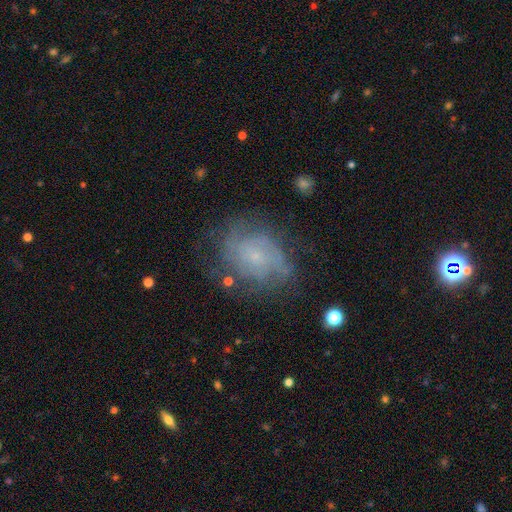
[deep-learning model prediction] Q: Smooth or featured?
A: featured or disk (65%); runner-up: smooth (25%)
Q: Edge-on disk?
A: no (97%); runner-up: yes (3%)
Q: Bar?
A: no (73%); runner-up: weak (24%)
Q: Spiral arms?
A: yes (81%); runner-up: no (19%)
Q: Spiral winding?
A: tight (51%); runner-up: medium (35%)
Q: Spiral arm count?
A: can't tell (51%); runner-up: 2 (20%)
Q: Bulge size?
A: small (72%); runner-up: moderate (14%)
Q: Merging?
A: none (63%); runner-up: minor disturbance (22%)